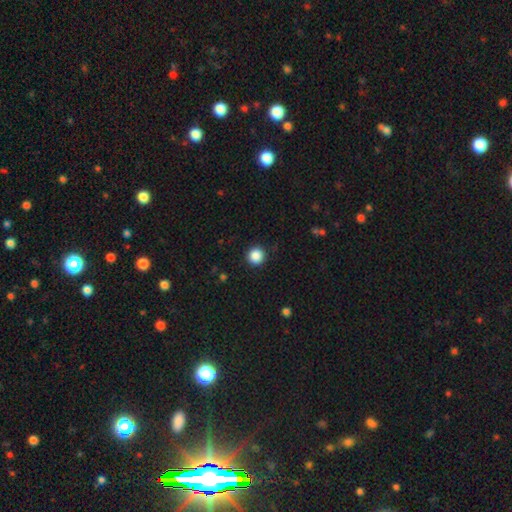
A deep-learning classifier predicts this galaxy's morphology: smooth-or-featured: smooth: 87% | star or artifact: 10% | featured or disk: 3%
  how-rounded: round: 95% | in between: 4% | cigar-shaped: 1%
  merging: none: 92% | minor disturbance: 6% | major disturbance: 2% | merger: 1%